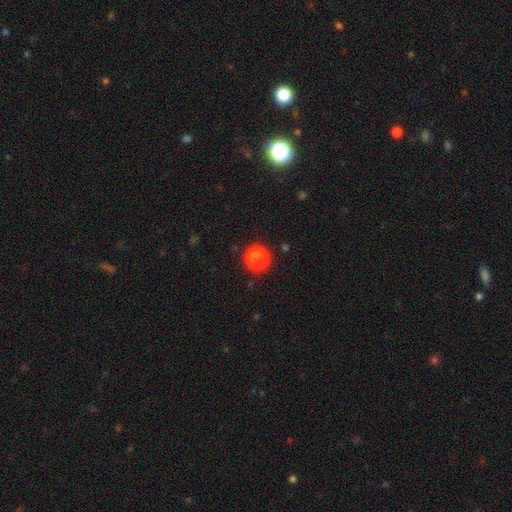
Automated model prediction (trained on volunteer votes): Smooth or featured? Predicted: smooth (p=0.82). How rounded? Predicted: round (p=0.90). Merging? Predicted: none (p=0.89).